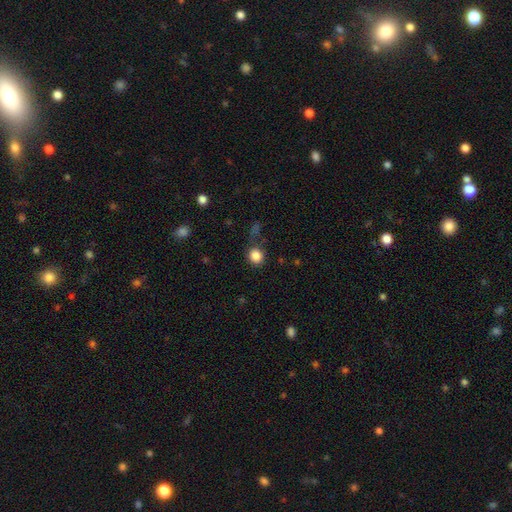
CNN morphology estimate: Overall: smooth (85%). How rounded: round (81%). Merging: none (74%).